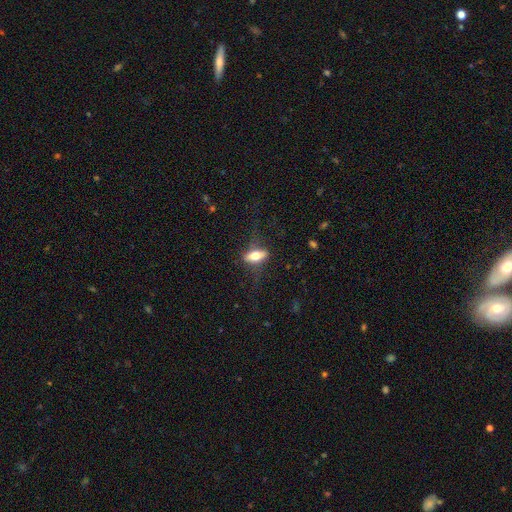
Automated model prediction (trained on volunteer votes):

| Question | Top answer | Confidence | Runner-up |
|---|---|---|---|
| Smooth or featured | smooth | 53% | featured or disk (40%) |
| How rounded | in between | 67% | cigar-shaped (28%) |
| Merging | none | 68% | minor disturbance (18%) |